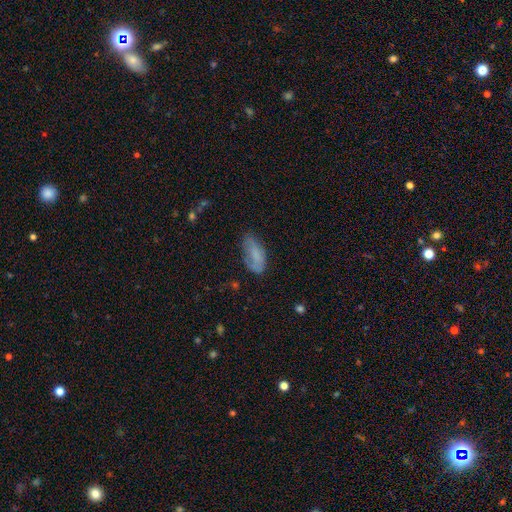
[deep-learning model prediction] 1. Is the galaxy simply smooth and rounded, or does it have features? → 72% smooth, 20% featured or disk, 8% star or artifact.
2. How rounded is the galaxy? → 89% in between, 8% cigar-shaped, 3% round.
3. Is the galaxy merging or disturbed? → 49% none, 33% minor disturbance, 15% major disturbance, 2% merger.